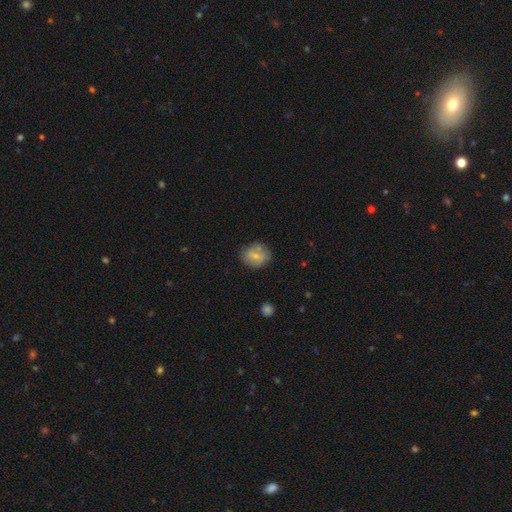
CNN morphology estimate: A smooth galaxy with no disk features (63%) that is round (63%). Merging: none (68%).